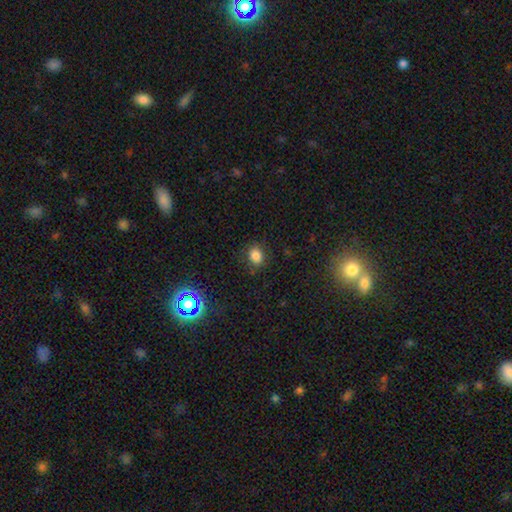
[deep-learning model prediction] smooth-or-featured: smooth: 82% | star or artifact: 13% | featured or disk: 5%
  how-rounded: round: 52% | in between: 47% | cigar-shaped: 1%
  merging: none: 83% | minor disturbance: 12% | major disturbance: 4% | merger: 1%